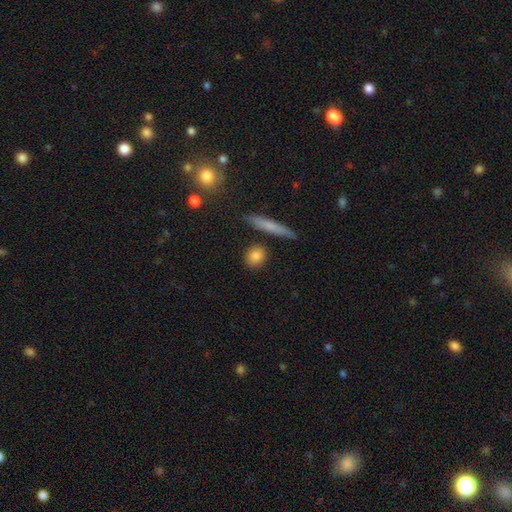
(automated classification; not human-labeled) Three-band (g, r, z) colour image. It shows a smooth galaxy with no disk features (84%) that is round (67%). Merging: none (84%).